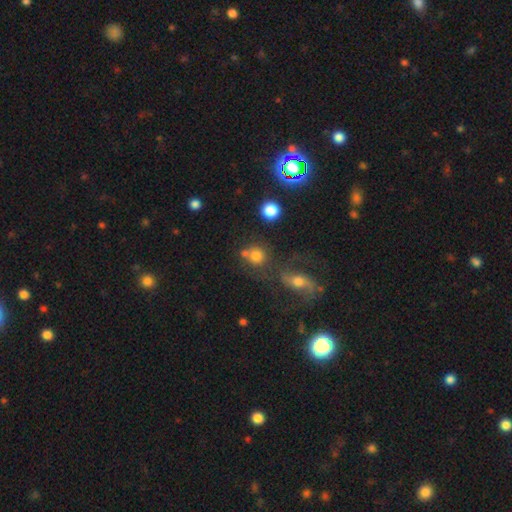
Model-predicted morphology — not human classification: type=smooth (71%); roundness=round (87%); merging=none (58%).